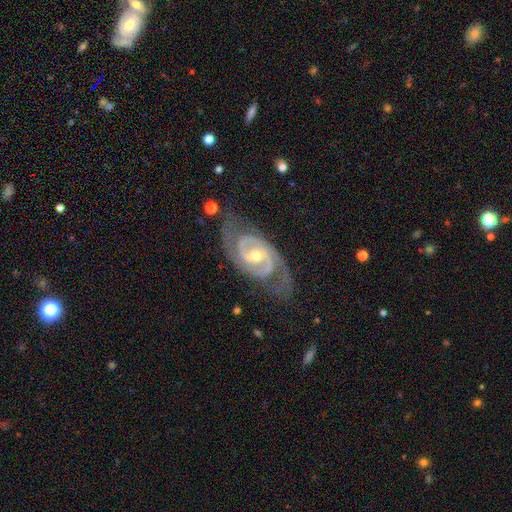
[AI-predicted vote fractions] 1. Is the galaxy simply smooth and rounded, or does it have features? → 92% featured or disk, 5% star or artifact, 3% smooth.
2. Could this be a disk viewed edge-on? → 96% no, 4% yes.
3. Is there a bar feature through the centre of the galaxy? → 44% no, 38% weak, 19% strong.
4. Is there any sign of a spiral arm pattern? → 98% yes, 2% no.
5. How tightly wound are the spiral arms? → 53% tight, 39% medium, 7% loose.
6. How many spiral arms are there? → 88% 2, 4% 3, 4% can't tell, 1% 1, 1% 4, 1% more than 4.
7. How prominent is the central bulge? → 57% moderate, 40% small, 2% large, 1% none, 1% dominant.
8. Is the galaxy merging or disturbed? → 71% none, 18% minor disturbance, 9% major disturbance, 2% merger.